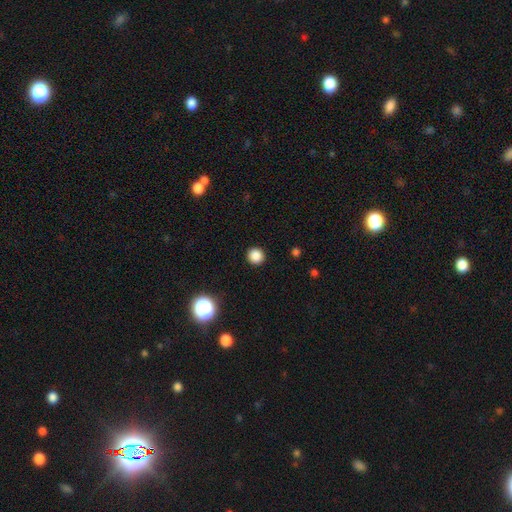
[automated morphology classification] This appears to be a smooth galaxy with no disk features (85%) that is round (94%). Merging: none (93%).